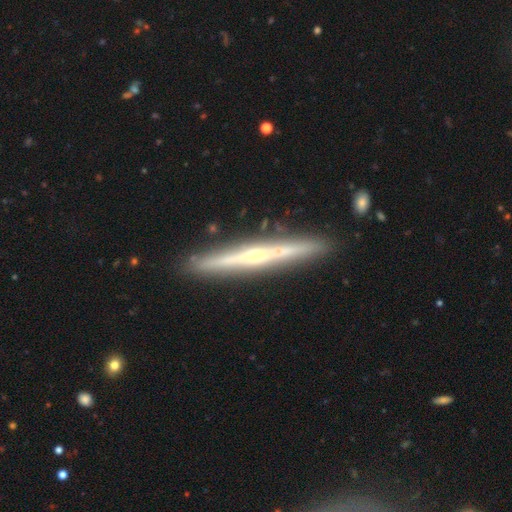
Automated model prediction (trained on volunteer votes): featured or disk 79%, smooth 16%, star or artifact 5%. Down the decision tree: edge-on disk — yes (98%); edge-on bulge — rounded (72%); merging — none (89%).